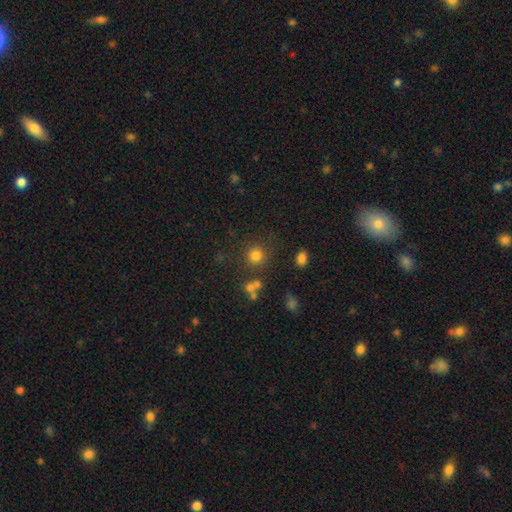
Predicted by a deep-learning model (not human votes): A smooth galaxy with no disk features (78%) that is round (91%). Merging: none (77%).